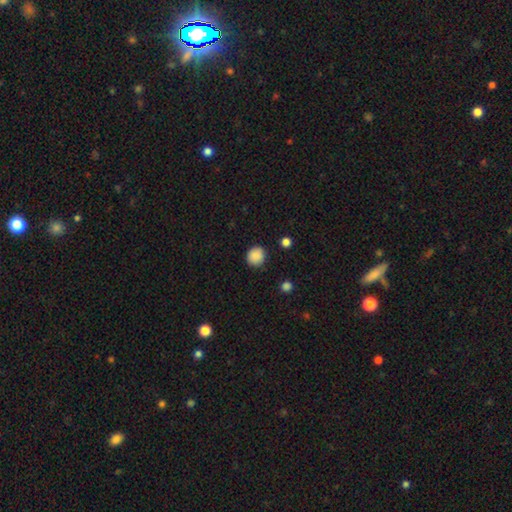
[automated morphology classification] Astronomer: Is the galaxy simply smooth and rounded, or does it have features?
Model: smooth — 88%.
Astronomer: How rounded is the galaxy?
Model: round — 88%.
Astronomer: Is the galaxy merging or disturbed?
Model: none — 87%.